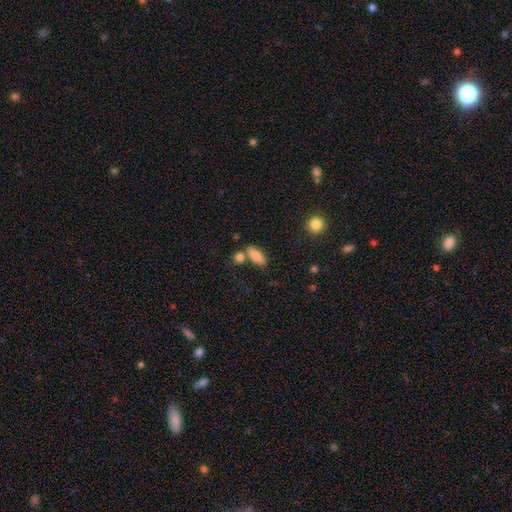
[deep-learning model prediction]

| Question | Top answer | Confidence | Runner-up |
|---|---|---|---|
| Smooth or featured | smooth | 82% | featured or disk (10%) |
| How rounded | in between | 77% | cigar-shaped (19%) |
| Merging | none | 64% | merger (18%) |